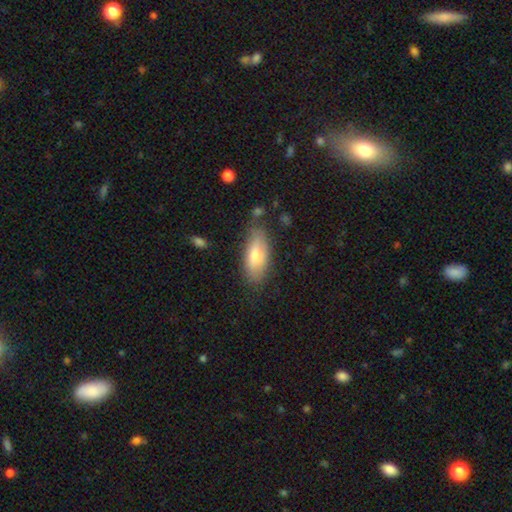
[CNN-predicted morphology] type=smooth (74%); roundness=in between (81%); merging=none (74%).